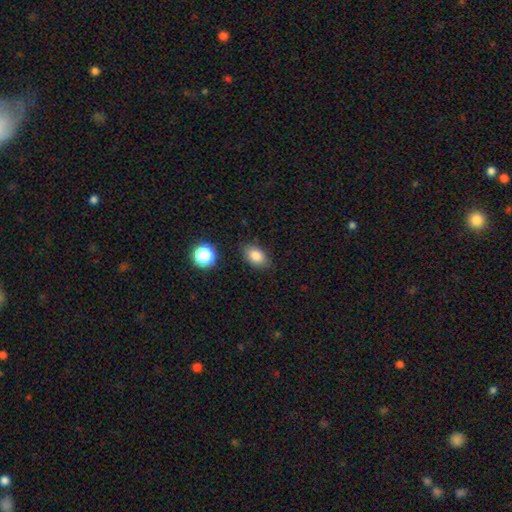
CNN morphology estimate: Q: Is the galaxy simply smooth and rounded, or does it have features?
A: smooth — 83%.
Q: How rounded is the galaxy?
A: in between — 83%.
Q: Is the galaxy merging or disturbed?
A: none — 82%.